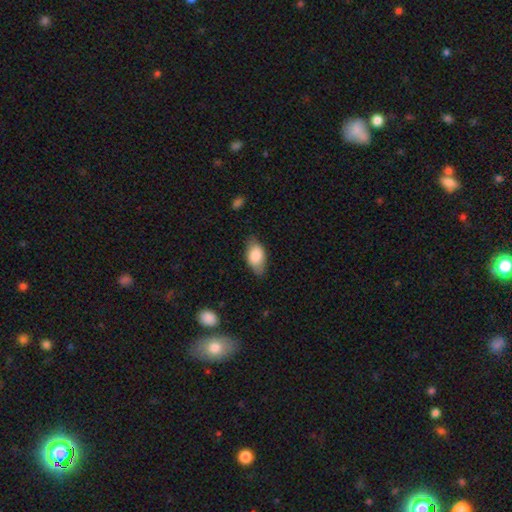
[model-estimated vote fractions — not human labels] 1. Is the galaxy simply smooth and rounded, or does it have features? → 82% smooth, 12% featured or disk, 6% star or artifact.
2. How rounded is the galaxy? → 91% in between, 5% round, 3% cigar-shaped.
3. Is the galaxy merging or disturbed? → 73% none, 21% minor disturbance, 5% major disturbance, 1% merger.